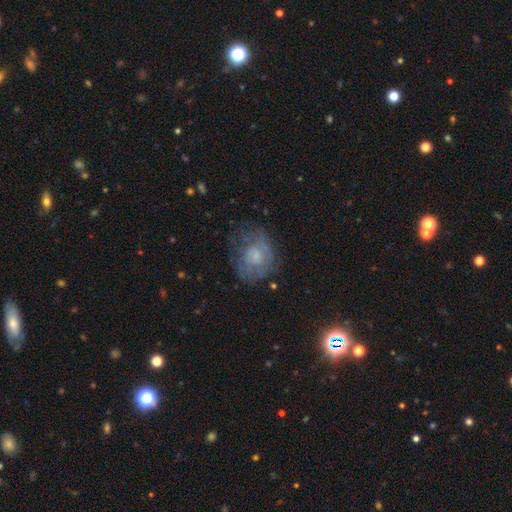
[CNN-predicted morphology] Smooth or featured? Predicted: featured or disk (p=0.54). Edge-on disk? Predicted: no (p=0.97). Bar? Predicted: no (p=0.71). Spiral arms? Predicted: yes (p=0.64). Bulge size? Predicted: small (p=0.40). Merging? Predicted: none (p=0.58).